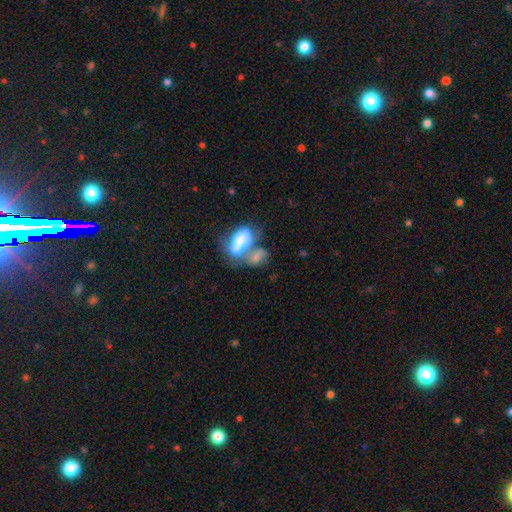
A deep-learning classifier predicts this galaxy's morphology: Smooth or featured? smooth (61%)
How rounded? in between (88%)
Merging? merger (66%)